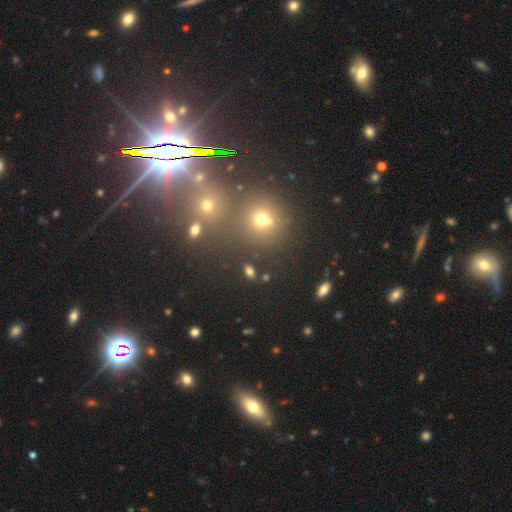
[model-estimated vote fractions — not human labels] Morphology: type=star or artifact (59%).